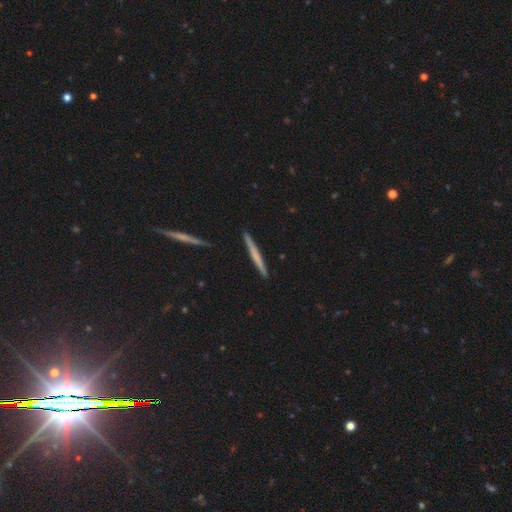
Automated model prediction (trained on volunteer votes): A smooth galaxy with no disk features (51%) that is cigar-shaped (96%).

Vote fractions:
- Smooth or featured? smooth: 51% / featured or disk: 43% / star or artifact: 5%
- How rounded? cigar-shaped: 96% / in between: 2% / round: 2%
- Merging? none: 91% / minor disturbance: 7% / merger: 1% / major disturbance: 1%